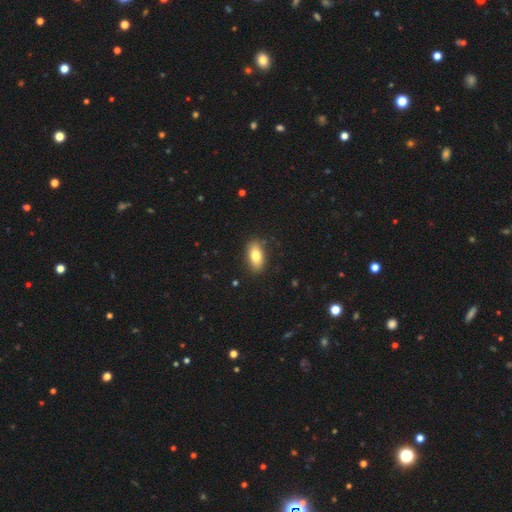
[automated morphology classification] A smooth galaxy with no disk features (79%) that is in between round and cigar-shaped (88%). Merging: none (86%).